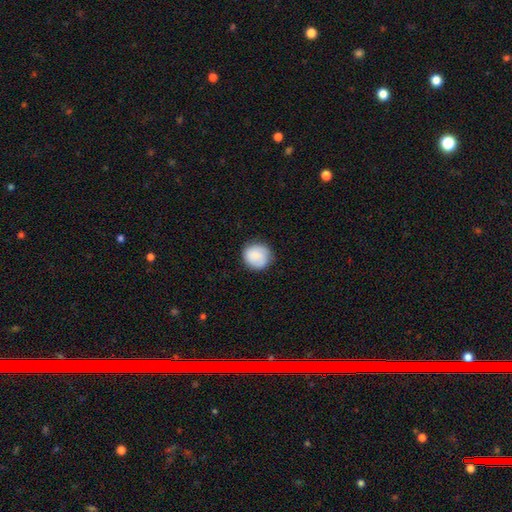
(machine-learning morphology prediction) The model was most divided on "merging": none: 80%, minor disturbance: 15%, major disturbance: 4%, merger: 1%. More confident: how rounded — round (90%); smooth or featured — smooth (80%).